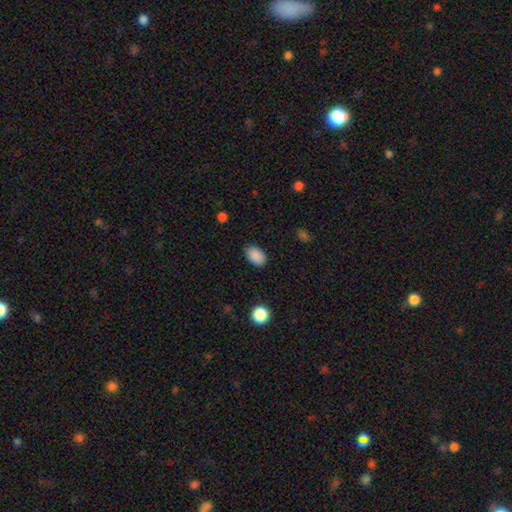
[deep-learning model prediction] Q: Smooth or featured?
A: smooth (89%); runner-up: star or artifact (8%)
Q: How rounded?
A: in between (85%); runner-up: round (14%)
Q: Merging?
A: none (87%); runner-up: minor disturbance (10%)